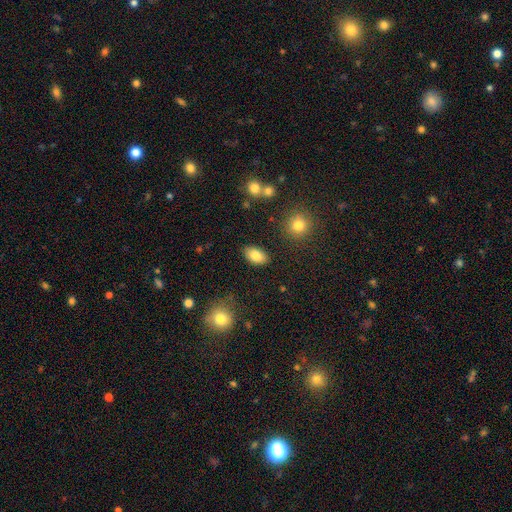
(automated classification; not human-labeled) Smooth or featured: smooth — 82% (featured or disk — 10%)
How rounded: in between — 92% (round — 7%)
Merging: none — 85% (minor disturbance — 10%)